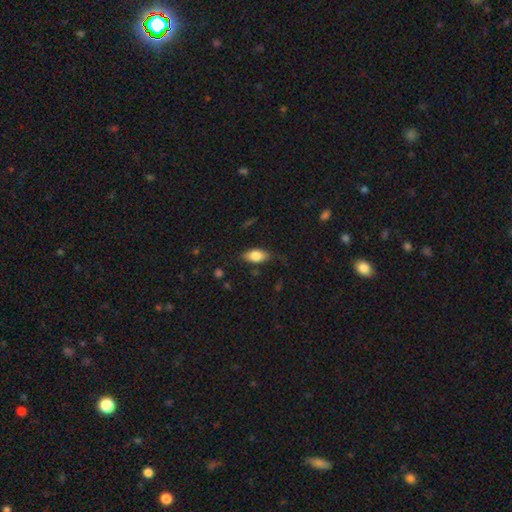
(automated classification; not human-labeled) Smooth or featured: smooth — 76% (featured or disk — 17%)
How rounded: in between — 87% (cigar-shaped — 8%)
Merging: none — 78% (minor disturbance — 17%)